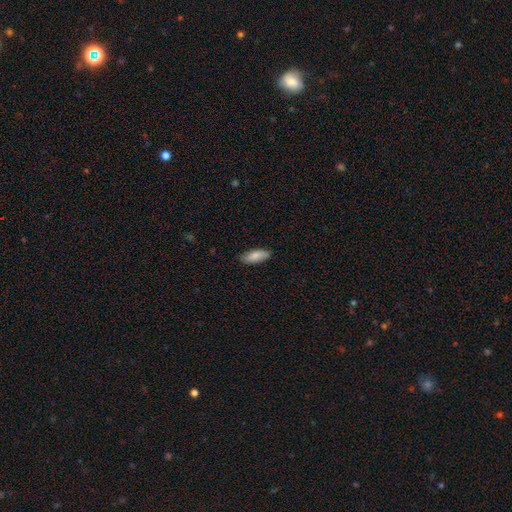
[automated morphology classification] smooth-or-featured: smooth: 84% | featured or disk: 11% | star or artifact: 6%
  how-rounded: in between: 75% | cigar-shaped: 24% | round: 2%
  merging: none: 85% | minor disturbance: 12% | major disturbance: 2% | merger: 1%